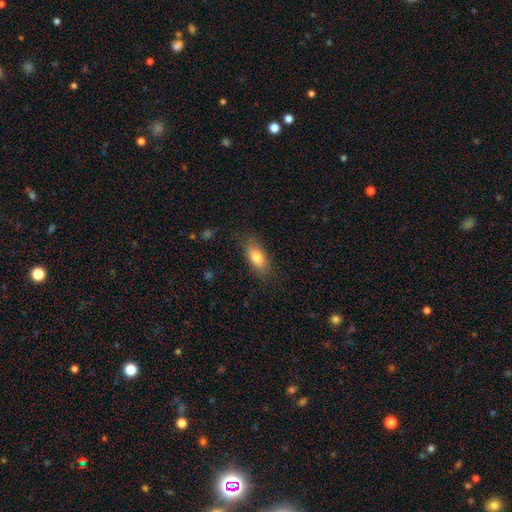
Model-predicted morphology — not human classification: Smooth or featured? smooth (79%)
How rounded? in between (81%)
Merging? none (83%)